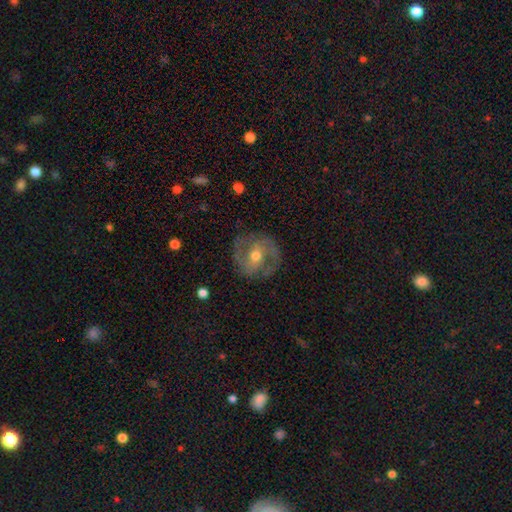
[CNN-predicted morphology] smooth-or-featured: featured or disk: 78% | smooth: 15% | star or artifact: 7%
  disk-edge-on: no: 96% | yes: 4%
    bar: weak: 41% | no: 35% | strong: 23%
    has-spiral-arms: yes: 87% | no: 13%
      spiral-winding: medium: 48% | tight: 36% | loose: 16%
      spiral-arm-count: 2: 83% | can't tell: 9% | 3: 4% | 1: 2% | 4: 1% | more than 4: 1%
    bulge-size: moderate: 64% | small: 31% | large: 3% | none: 1% | dominant: 1%
  merging: none: 81% | minor disturbance: 12% | major disturbance: 5% | merger: 1%